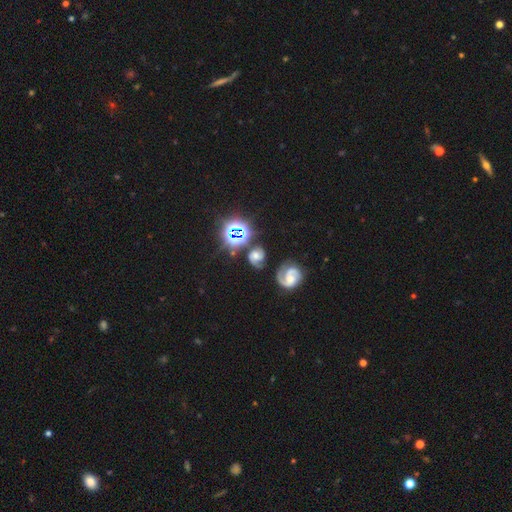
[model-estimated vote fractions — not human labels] Smooth or featured? featured or disk (56%)
Edge-on disk? no (96%)
Bar? no (56%)
Spiral arms? yes (89%)
Bulge size? moderate (51%)
Merging? none (53%)